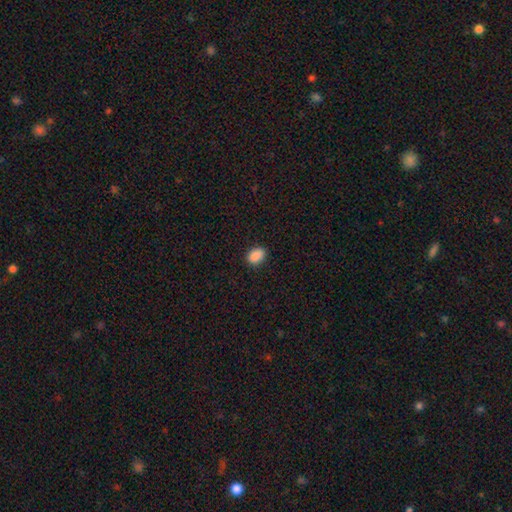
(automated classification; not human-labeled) A smooth galaxy with no disk features (89%) that is in between round and cigar-shaped (82%).

Vote fractions:
- Smooth or featured? smooth: 89% / star or artifact: 8% / featured or disk: 3%
- How rounded? in between: 82% / round: 17% / cigar-shaped: 1%
- Merging? none: 87% / minor disturbance: 10% / major disturbance: 2% / merger: 1%